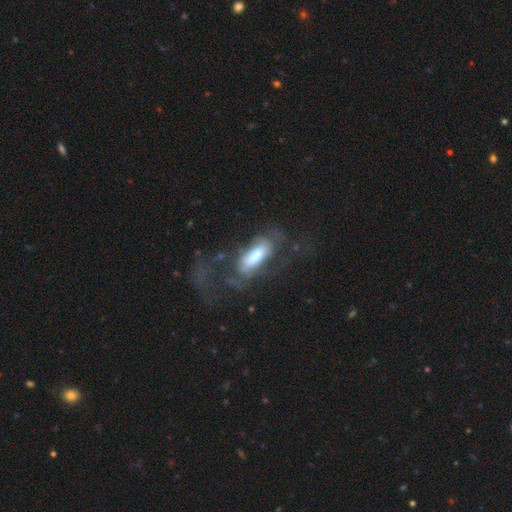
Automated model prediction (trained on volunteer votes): smooth-or-featured: featured or disk: 51% | smooth: 42% | star or artifact: 7%
  disk-edge-on: no: 78% | yes: 22%
  merging: major disturbance: 45% | none: 35% | minor disturbance: 17% | merger: 3%